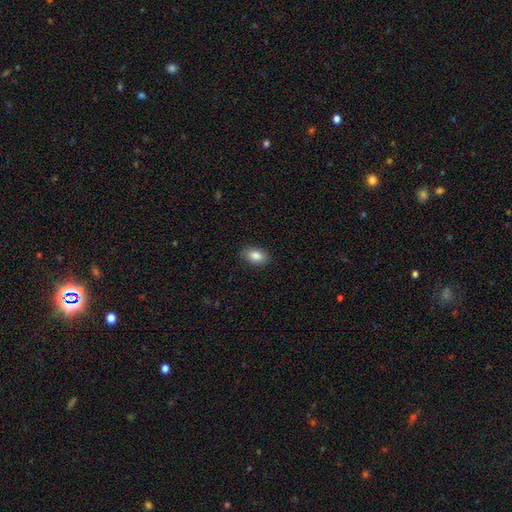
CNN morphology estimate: type=smooth (87%); roundness=in between (90%); merging=none (88%).